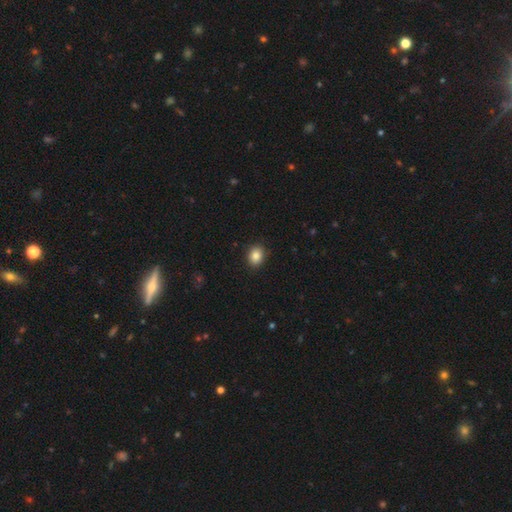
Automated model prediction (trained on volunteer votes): Smooth or featured? Predicted: smooth (p=0.85). How rounded? Predicted: round (p=0.52). Merging? Predicted: none (p=0.90).